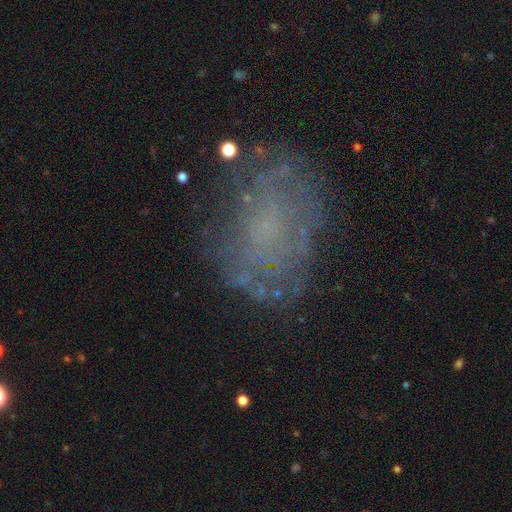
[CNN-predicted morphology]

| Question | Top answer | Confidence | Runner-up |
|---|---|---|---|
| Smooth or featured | featured or disk | 54% | smooth (30%) |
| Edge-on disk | no | 97% | yes (3%) |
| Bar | no | 88% | weak (10%) |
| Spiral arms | no | 61% | yes (39%) |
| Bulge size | none | 59% | small (28%) |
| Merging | none | 65% | minor disturbance (18%) |